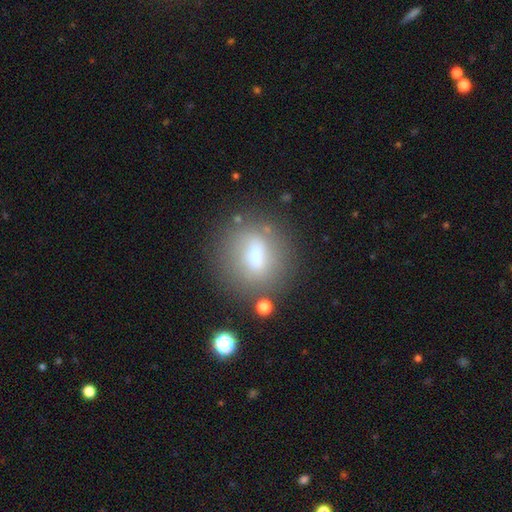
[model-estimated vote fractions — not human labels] smooth_or_featured: smooth (p=0.54) [alt: featured or disk p=0.32]
how_rounded: round (p=0.71) [alt: in between p=0.25]
merging: none (p=0.73) [alt: minor disturbance p=0.14]